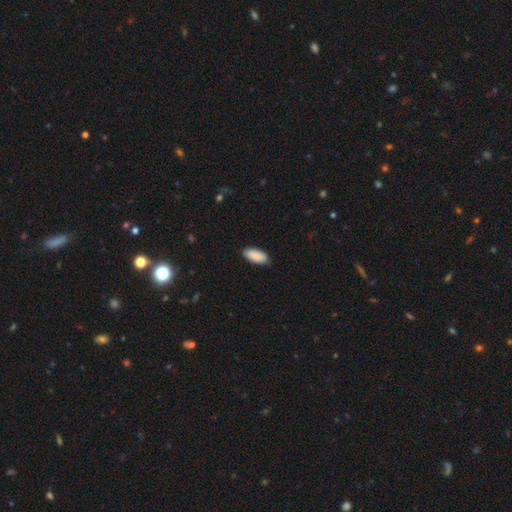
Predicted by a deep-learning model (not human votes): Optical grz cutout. It shows a smooth galaxy with no disk features (91%) that is in between round and cigar-shaped (89%). Merging: none (86%).